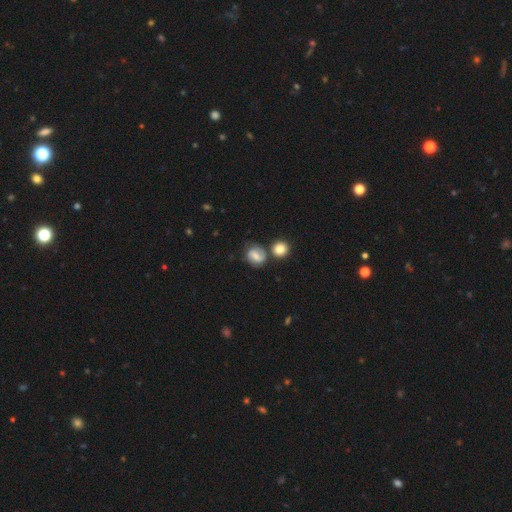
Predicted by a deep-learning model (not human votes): smooth-or-featured: featured or disk: 47% | smooth: 44% | star or artifact: 9%
  merging: none: 63% | minor disturbance: 16% | merger: 14% | major disturbance: 6%